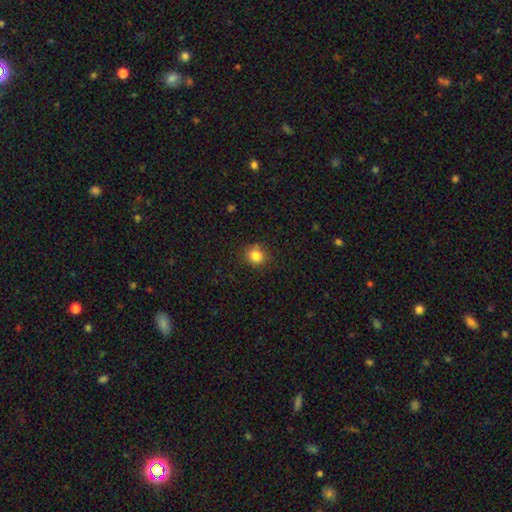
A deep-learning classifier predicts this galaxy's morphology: The model was most divided on "how rounded": round: 85%, in between: 15%, cigar-shaped: 1%. More confident: merging — none (85%); smooth or featured — smooth (83%).